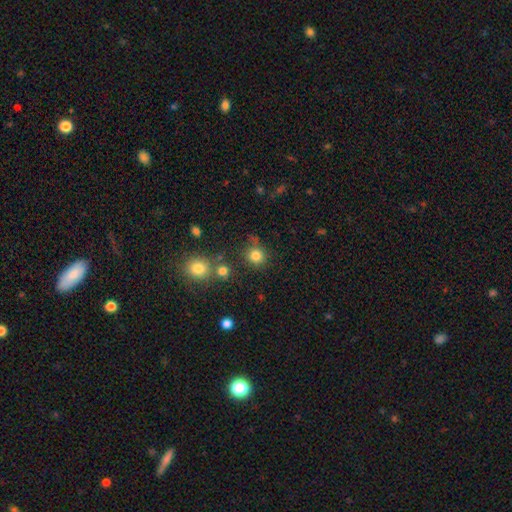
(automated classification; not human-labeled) This is clearly a smooth galaxy (81%). How rounded: clearly round (89%). Merging: likely none (75%).